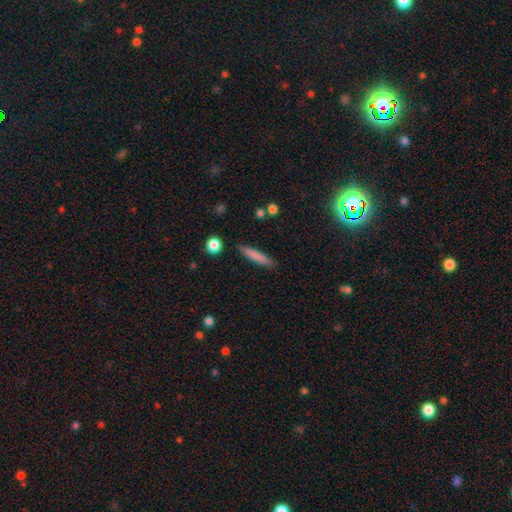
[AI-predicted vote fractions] This appears to be a smooth galaxy with no disk features (78%) that is cigar-shaped (91%). Merging: none (87%).